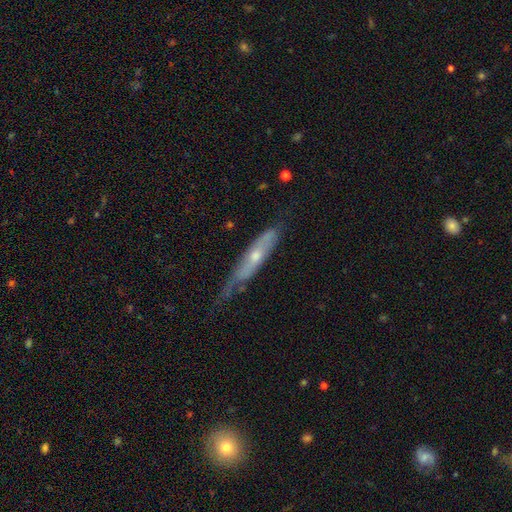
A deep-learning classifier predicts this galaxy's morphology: Smooth or featured?
  - featured or disk: 61% *
  - smooth: 33%
  - star or artifact: 6%
Edge-on disk?
  - yes: 62% *
  - no: 38%
Merging?
  - none: 50% *
  - minor disturbance: 34%
  - major disturbance: 13%
  - merger: 2%